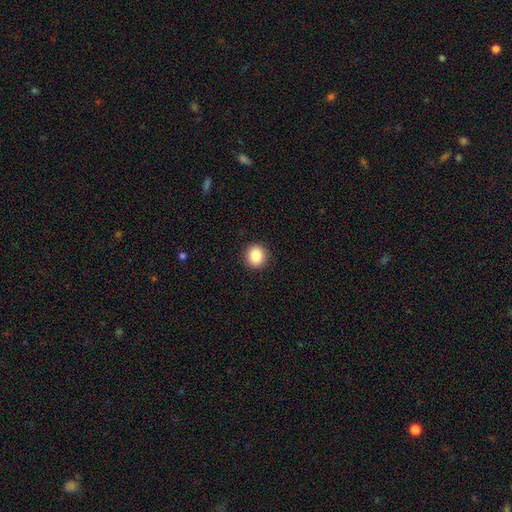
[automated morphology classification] Overall: smooth (86%). How rounded: round (89%). Merging: none (92%).